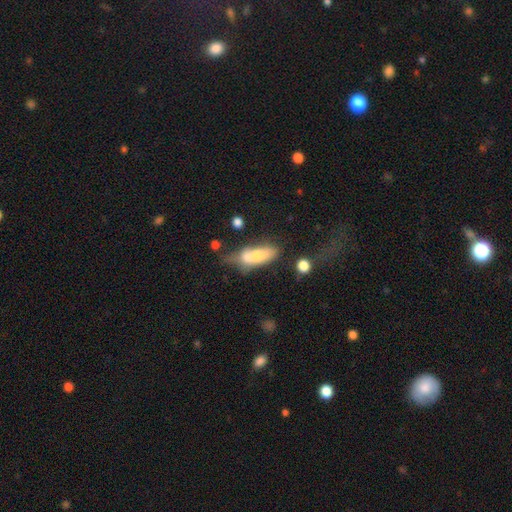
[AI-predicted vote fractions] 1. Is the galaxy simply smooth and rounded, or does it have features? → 63% smooth, 29% featured or disk, 8% star or artifact.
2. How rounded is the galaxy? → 72% in between, 24% cigar-shaped, 4% round.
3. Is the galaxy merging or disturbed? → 35% merger, 26% none, 21% minor disturbance, 17% major disturbance.